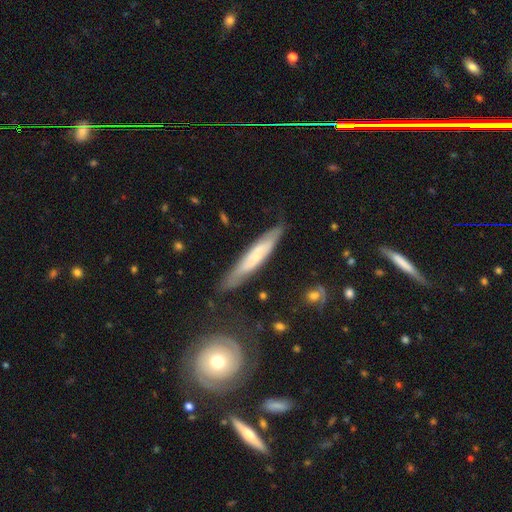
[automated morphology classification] Smooth or featured? featured or disk (47%)
Merging? none (75%)